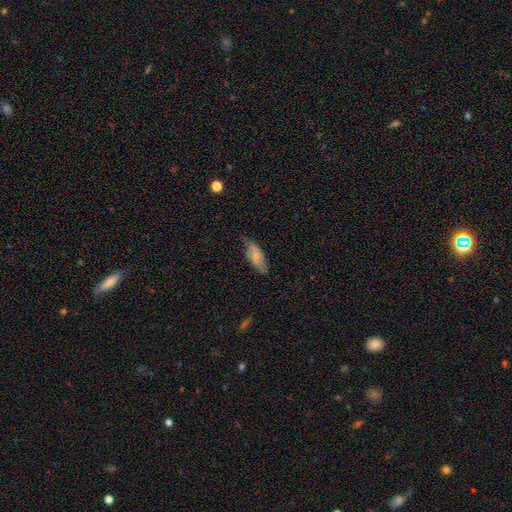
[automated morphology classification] type=smooth (64%); roundness=in between (80%); merging=none (57%).